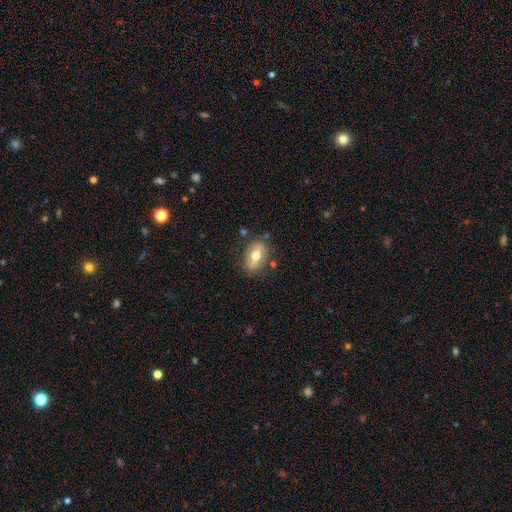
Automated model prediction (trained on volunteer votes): Smooth or featured? Predicted: smooth (p=0.59). How rounded? Predicted: in between (p=0.83). Merging? Predicted: none (p=0.79).